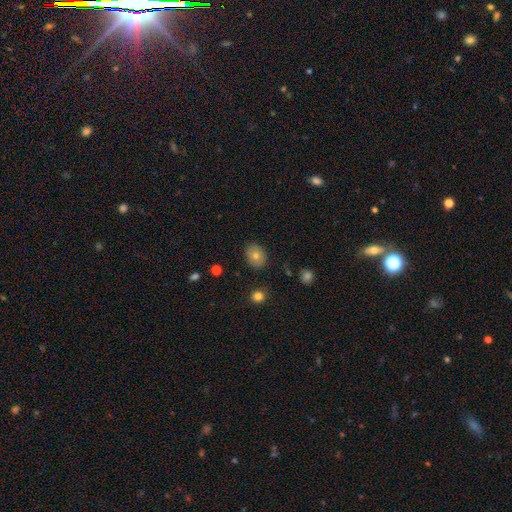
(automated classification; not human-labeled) Smooth or featured? smooth (73%)
How rounded? in between (53%)
Merging? none (86%)